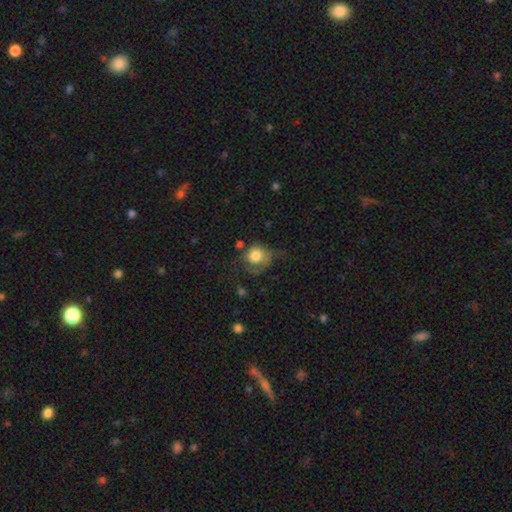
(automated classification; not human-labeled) Morphology: type=smooth (71%); roundness=round (76%); merging=major disturbance (35%).